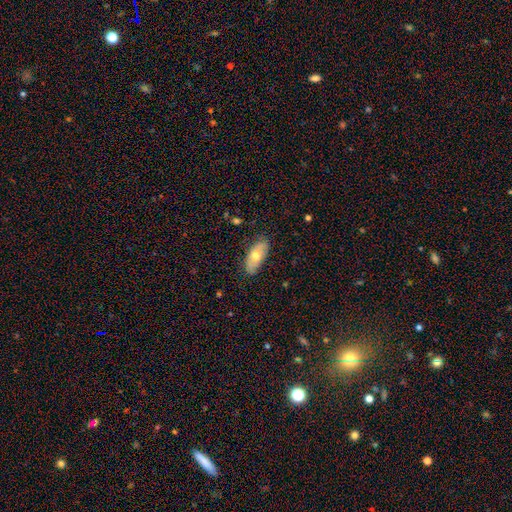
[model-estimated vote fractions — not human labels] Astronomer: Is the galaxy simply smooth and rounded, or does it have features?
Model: smooth — 60%.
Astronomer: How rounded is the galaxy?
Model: in between — 86%.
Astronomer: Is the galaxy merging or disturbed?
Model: none — 81%.